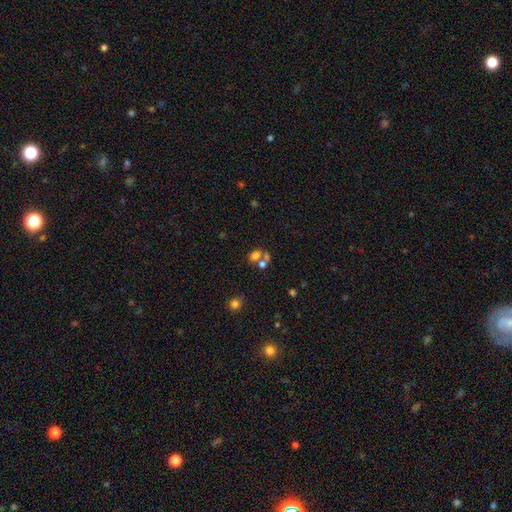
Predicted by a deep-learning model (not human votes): Smooth or featured?
  - smooth: 68% *
  - star or artifact: 17%
  - featured or disk: 15%
How rounded?
  - in between: 71% *
  - round: 27%
  - cigar-shaped: 2%
Merging?
  - merger: 47% *
  - none: 37%
  - minor disturbance: 10%
  - major disturbance: 6%